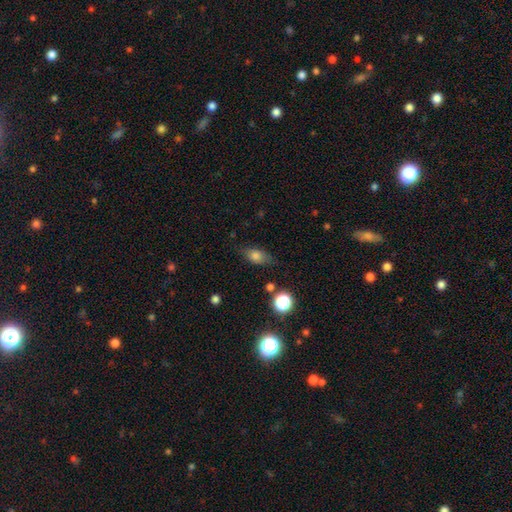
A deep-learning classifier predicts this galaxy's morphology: Smooth or featured? smooth (74%)
How rounded? in between (78%)
Merging? none (72%)